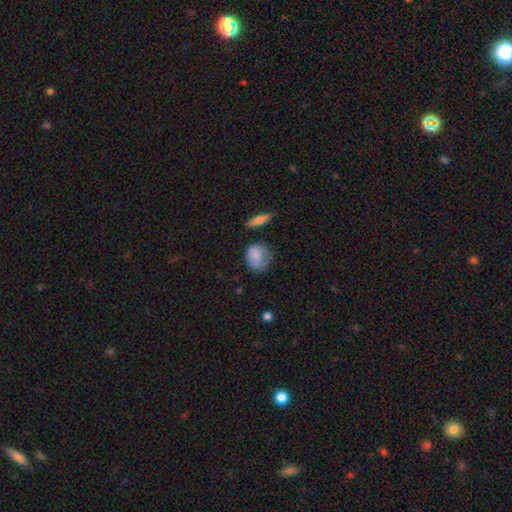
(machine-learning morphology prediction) smooth 81%, featured or disk 12%, star or artifact 8%. Down the decision tree: how rounded — round (60%); merging — none (61%).